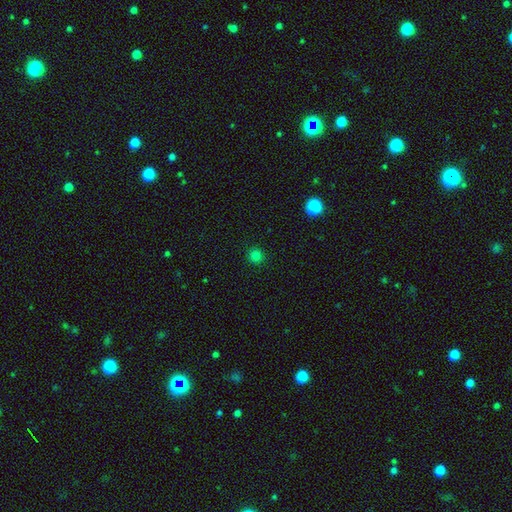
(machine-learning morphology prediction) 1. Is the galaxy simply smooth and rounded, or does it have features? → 81% smooth, 15% star or artifact, 4% featured or disk.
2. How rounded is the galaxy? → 94% round, 5% in between, 1% cigar-shaped.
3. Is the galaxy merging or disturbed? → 92% none, 5% minor disturbance, 2% major disturbance, 1% merger.